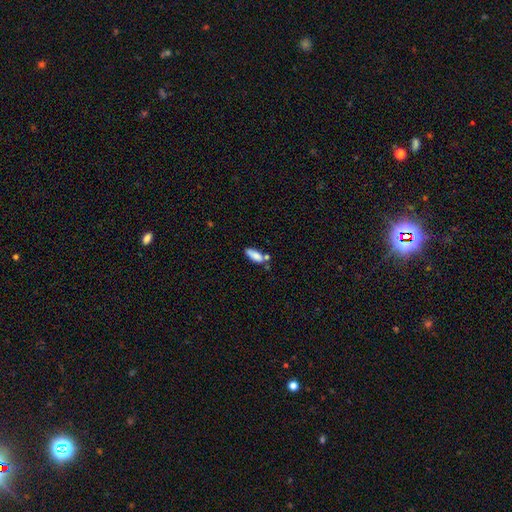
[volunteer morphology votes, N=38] Volunteers were most divided on "how rounded": in between: 56%, cigar-shaped: 44%, round: 0%. More confident: smooth or featured — smooth (95%); merging — none (58%).